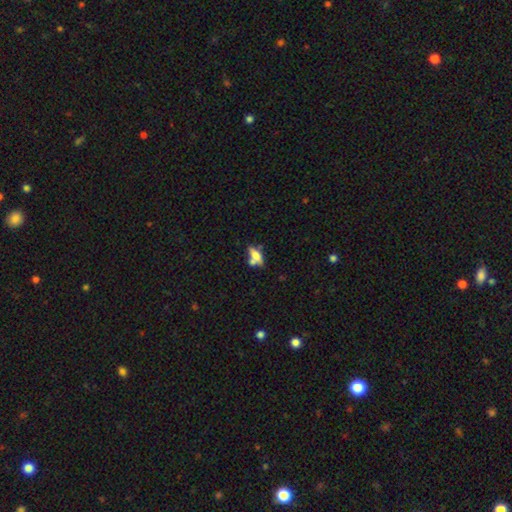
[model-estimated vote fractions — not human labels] smooth-or-featured: smooth: 52% | featured or disk: 39% | star or artifact: 9%
  how-rounded: in between: 57% | cigar-shaped: 39% | round: 5%
  merging: none: 48% | merger: 31% | minor disturbance: 15% | major disturbance: 6%